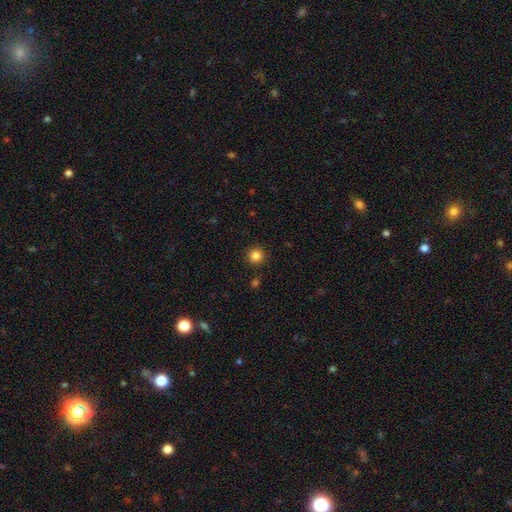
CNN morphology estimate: Smooth or featured? smooth (84%)
How rounded? round (95%)
Merging? none (91%)